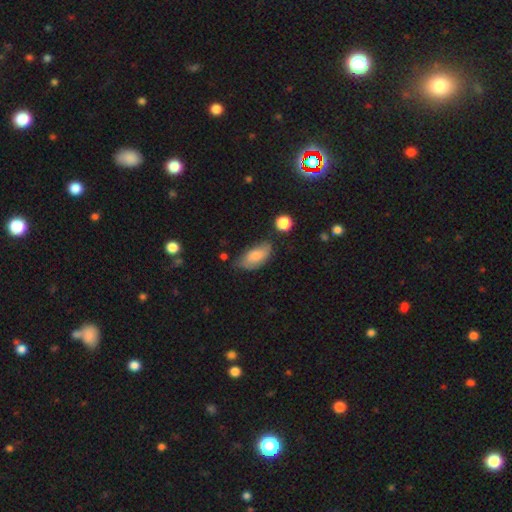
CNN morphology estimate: The model was most divided on "merging": none: 56%, minor disturbance: 32%, major disturbance: 8%, merger: 4%. More confident: how rounded — in between (91%); smooth or featured — smooth (73%).